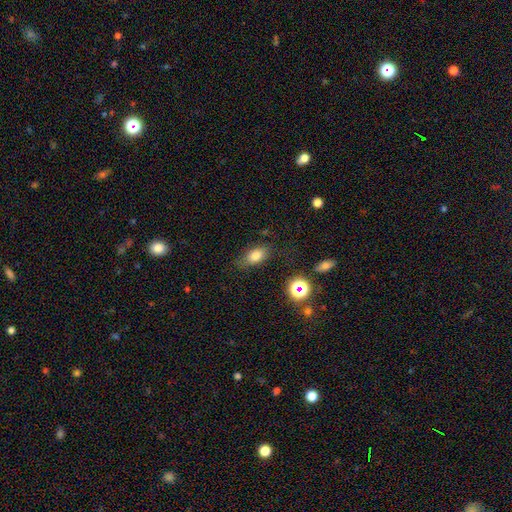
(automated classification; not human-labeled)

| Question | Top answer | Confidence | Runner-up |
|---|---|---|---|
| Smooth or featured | smooth | 77% | star or artifact (13%) |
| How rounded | in between | 82% | round (13%) |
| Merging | none | 75% | minor disturbance (17%) |